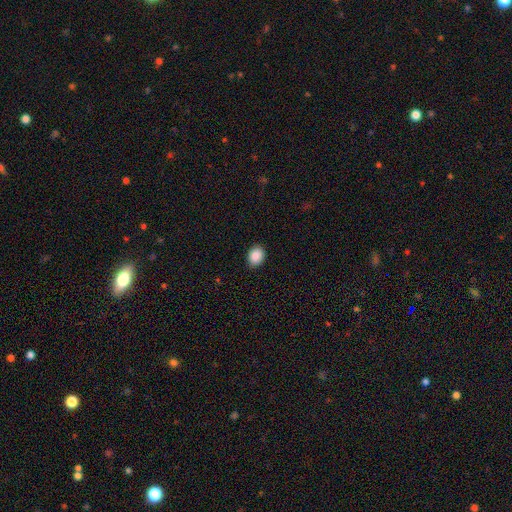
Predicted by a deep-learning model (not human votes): Morphology: type=smooth (89%); roundness=in between (56%); merging=none (89%).